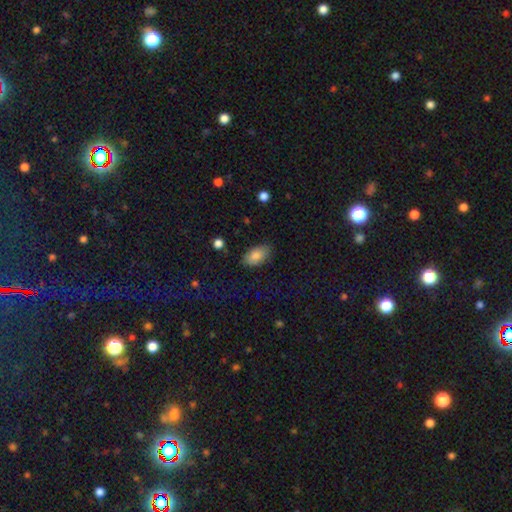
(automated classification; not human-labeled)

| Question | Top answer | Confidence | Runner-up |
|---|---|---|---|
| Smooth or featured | smooth | 84% | star or artifact (8%) |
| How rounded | in between | 93% | round (5%) |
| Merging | none | 83% | minor disturbance (13%) |